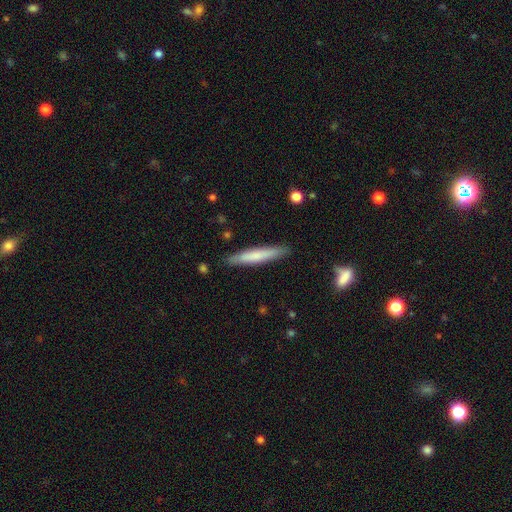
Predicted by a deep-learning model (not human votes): smooth 67%, featured or disk 27%, star or artifact 6%. Down the decision tree: how rounded — cigar-shaped (93%); merging — none (88%).